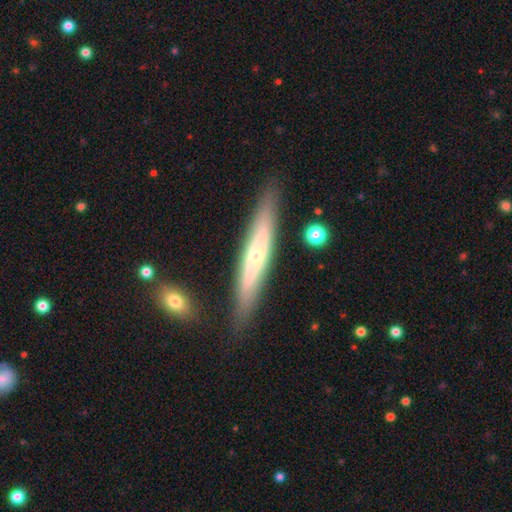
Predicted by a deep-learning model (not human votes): Morphology: type=featured or disk (57%); edge-on=yes (84%); merging=none (86%).